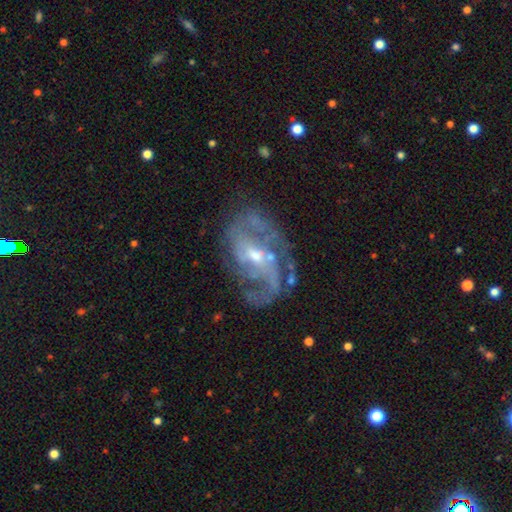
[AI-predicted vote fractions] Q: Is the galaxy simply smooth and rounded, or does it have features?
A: featured or disk — 86%.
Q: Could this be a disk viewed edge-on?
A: no — 97%.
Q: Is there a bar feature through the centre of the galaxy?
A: weak — 46%.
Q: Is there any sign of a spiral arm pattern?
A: yes — 89%.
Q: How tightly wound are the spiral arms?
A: medium — 46%.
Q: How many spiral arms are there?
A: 2 — 54%.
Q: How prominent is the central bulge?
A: small — 48%.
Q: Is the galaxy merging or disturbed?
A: none — 57%.